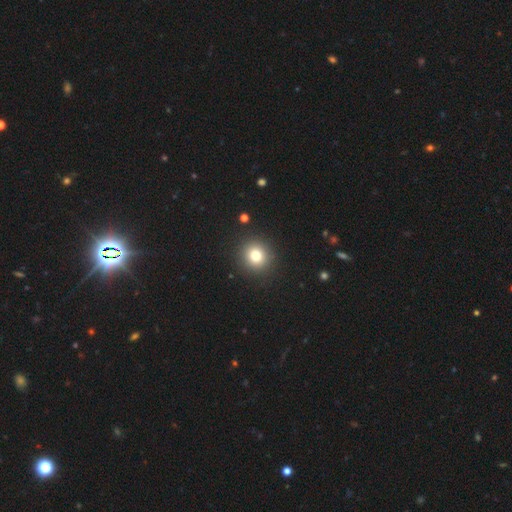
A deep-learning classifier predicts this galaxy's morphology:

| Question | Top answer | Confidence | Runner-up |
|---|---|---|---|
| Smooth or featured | smooth | 78% | star or artifact (14%) |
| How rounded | round | 92% | in between (7%) |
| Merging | none | 91% | minor disturbance (5%) |